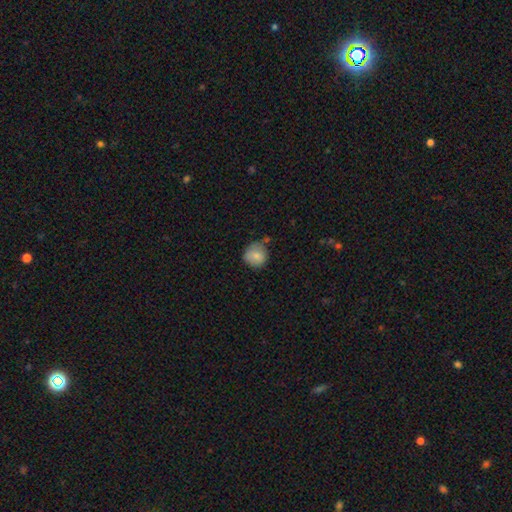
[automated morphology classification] smooth-or-featured: smooth: 82% | featured or disk: 10% | star or artifact: 8%
  how-rounded: round: 89% | in between: 10% | cigar-shaped: 1%
  merging: none: 64% | minor disturbance: 25% | merger: 6% | major disturbance: 5%